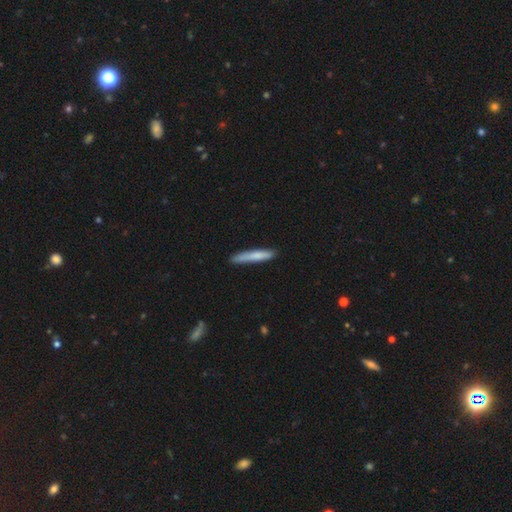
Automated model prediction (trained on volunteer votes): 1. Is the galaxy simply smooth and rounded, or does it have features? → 76% smooth, 18% featured or disk, 6% star or artifact.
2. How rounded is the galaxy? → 93% cigar-shaped, 5% in between, 1% round.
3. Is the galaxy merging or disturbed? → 82% none, 14% minor disturbance, 2% major disturbance, 2% merger.